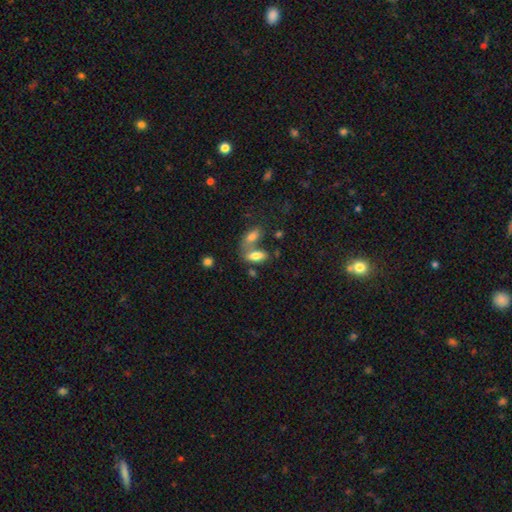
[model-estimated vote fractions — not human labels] Overall: smooth (77%). How rounded: in between (84%). Merging: merger (49%; none 36%).